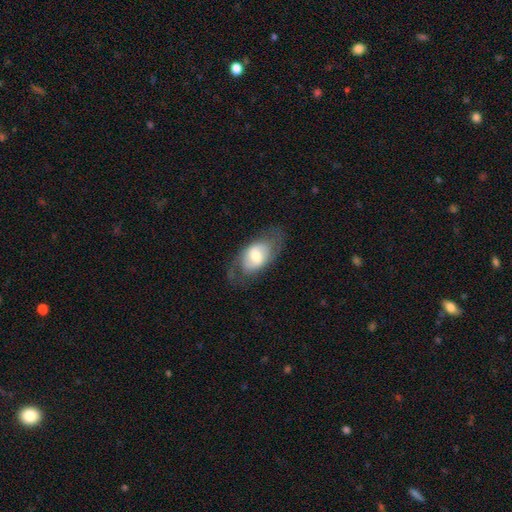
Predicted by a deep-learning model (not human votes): Smooth or featured? Predicted: featured or disk (p=0.47). Merging? Predicted: none (p=0.67).